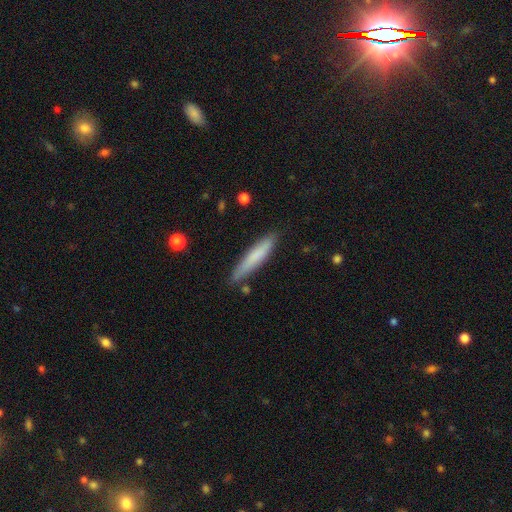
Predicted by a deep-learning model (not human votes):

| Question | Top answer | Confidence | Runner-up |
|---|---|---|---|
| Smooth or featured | smooth | 73% | featured or disk (21%) |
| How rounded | cigar-shaped | 91% | in between (8%) |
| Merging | none | 82% | minor disturbance (13%) |